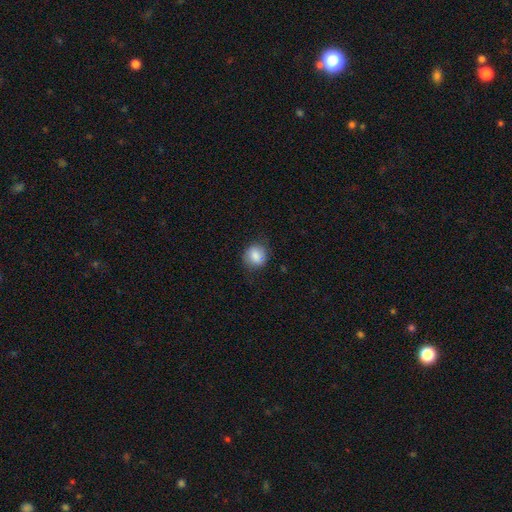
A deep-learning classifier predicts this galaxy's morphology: Q: Smooth or featured?
A: smooth (83%); runner-up: featured or disk (9%)
Q: How rounded?
A: round (74%); runner-up: in between (25%)
Q: Merging?
A: none (78%); runner-up: minor disturbance (16%)